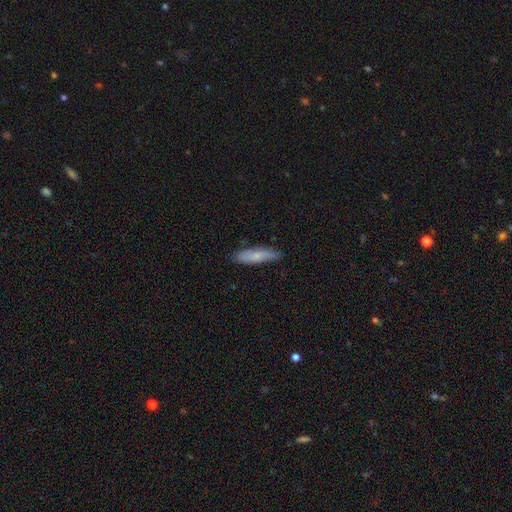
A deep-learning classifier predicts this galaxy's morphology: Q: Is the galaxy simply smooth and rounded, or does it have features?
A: smooth — 71%.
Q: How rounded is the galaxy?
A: cigar-shaped — 67%.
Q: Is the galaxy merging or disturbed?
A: none — 83%.